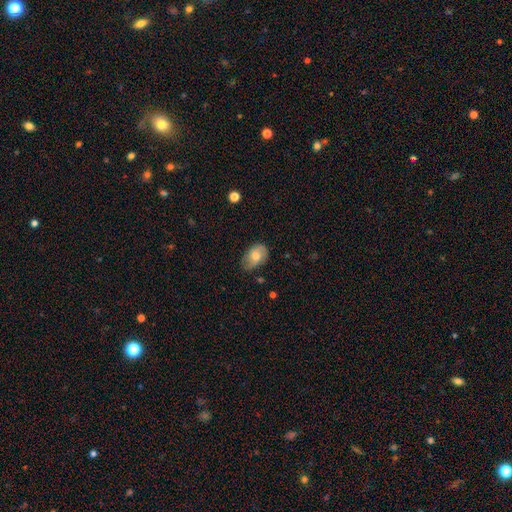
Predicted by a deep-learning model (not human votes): Smooth or featured: smooth — 59% (featured or disk — 33%)
How rounded: in between — 83% (round — 15%)
Merging: none — 63% (minor disturbance — 28%)